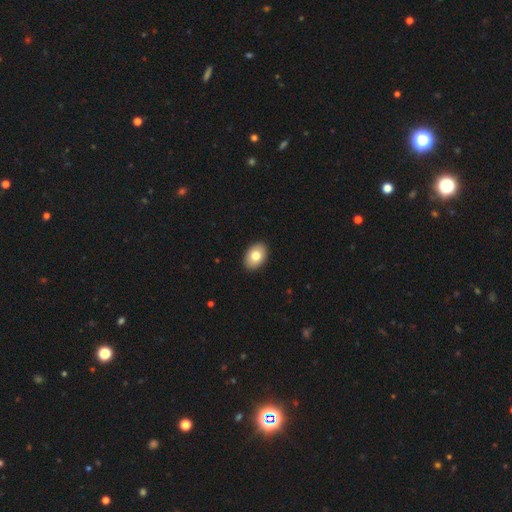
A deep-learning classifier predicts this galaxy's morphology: smooth_or_featured: smooth (p=0.79) [alt: featured or disk p=0.14]
how_rounded: in between (p=0.84) [alt: round p=0.15]
merging: none (p=0.91) [alt: minor disturbance p=0.06]